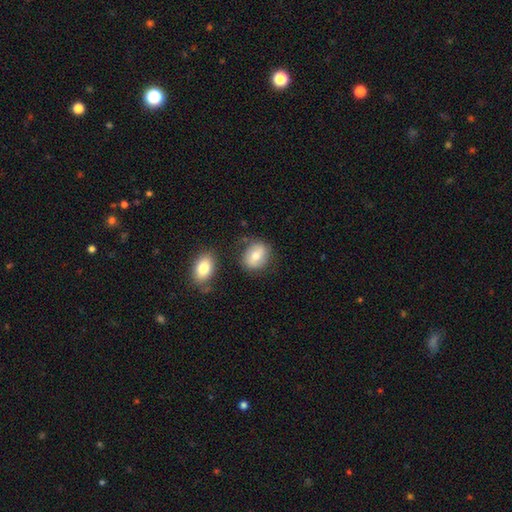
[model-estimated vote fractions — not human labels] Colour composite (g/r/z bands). It shows a smooth galaxy with no disk features (72%) that is in between round and cigar-shaped (53%). Merging: none (73%).